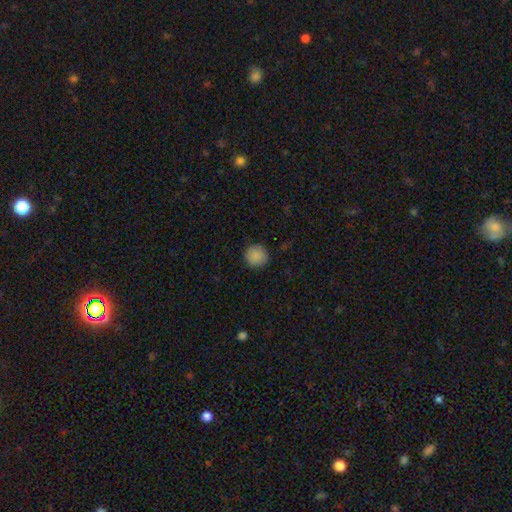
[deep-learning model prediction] This is clearly a smooth galaxy (89%). How rounded: clearly round (94%). Merging: clearly none (90%).